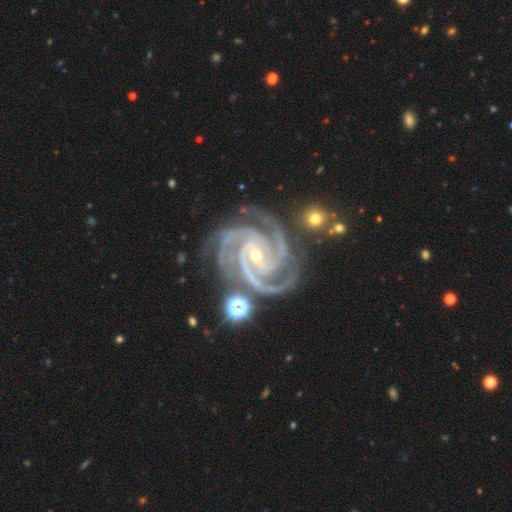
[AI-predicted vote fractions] Morphology: type=featured or disk (95%); edge-on=no (98%); bar=weak (36%); spiral arms=yes (99%); winding=tight (70%); arm count=3 (44%); bulge=small (65%); merging=none (73%).